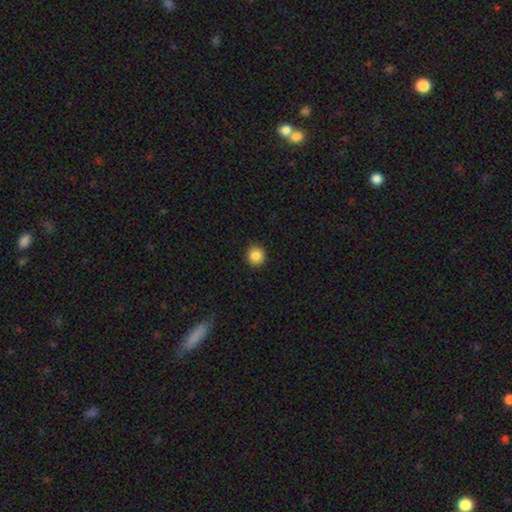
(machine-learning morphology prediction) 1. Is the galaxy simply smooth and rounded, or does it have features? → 86% smooth, 10% star or artifact, 4% featured or disk.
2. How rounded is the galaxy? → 91% round, 8% in between, 1% cigar-shaped.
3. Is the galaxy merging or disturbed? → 88% none, 9% minor disturbance, 2% major disturbance, 1% merger.